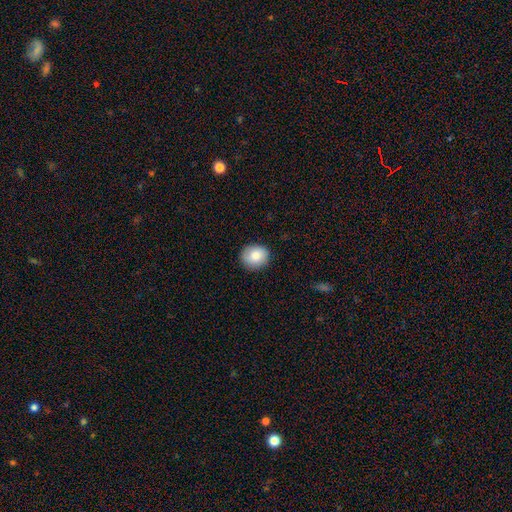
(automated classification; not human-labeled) This appears to be a smooth galaxy with no disk features (83%) that is round (76%). Merging: none (88%).